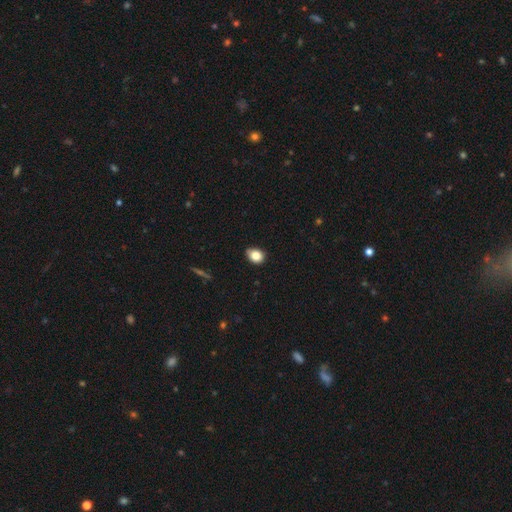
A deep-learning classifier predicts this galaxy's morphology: type=smooth (83%); roundness=in between (51%); merging=none (76%).